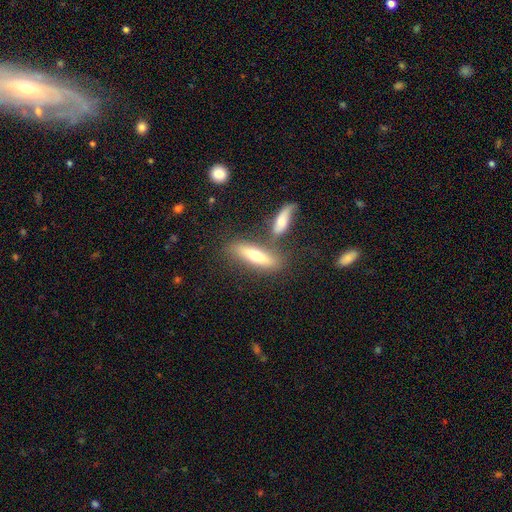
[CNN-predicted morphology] A smooth galaxy with no disk features (56%) that is cigar-shaped (64%).

Vote fractions:
- Smooth or featured? smooth: 56% / featured or disk: 37% / star or artifact: 7%
- How rounded? cigar-shaped: 64% / in between: 34% / round: 2%
- Merging? none: 57% / merger: 26% / minor disturbance: 12% / major disturbance: 5%